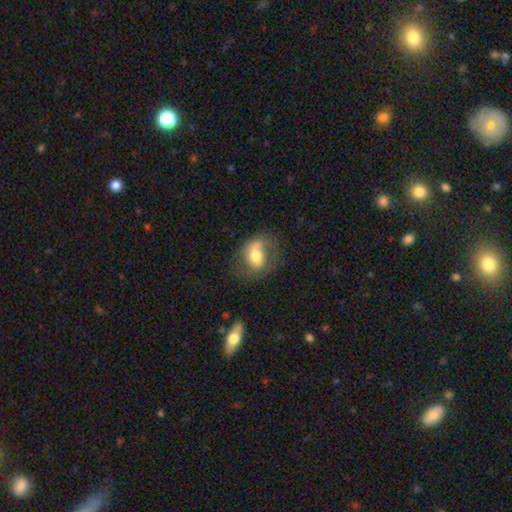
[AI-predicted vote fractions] Q: Smooth or featured?
A: smooth (52%); runner-up: featured or disk (40%)
Q: How rounded?
A: in between (61%); runner-up: round (37%)
Q: Merging?
A: none (53%); runner-up: minor disturbance (25%)